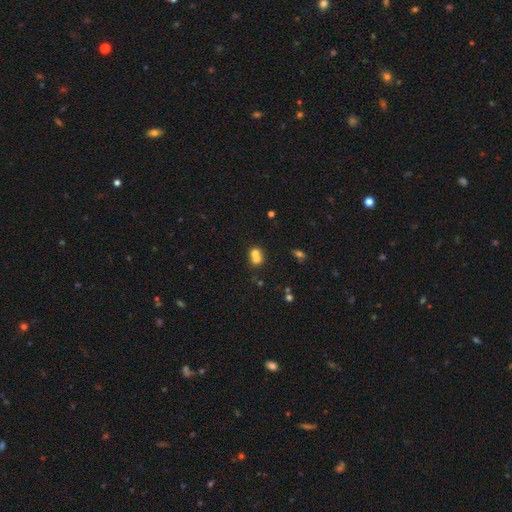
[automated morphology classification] type=smooth (67%); roundness=round (70%); merging=merger (67%).